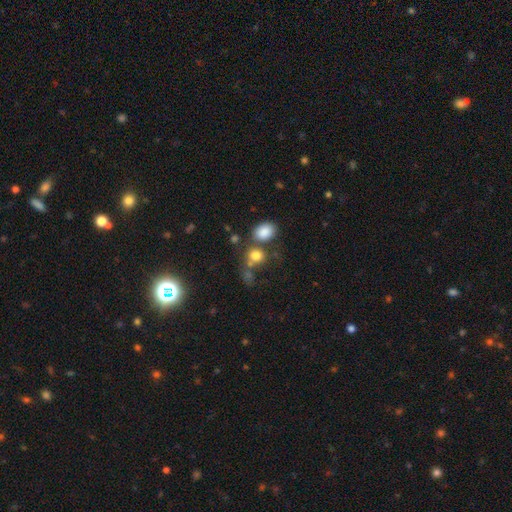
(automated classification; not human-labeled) Q: Smooth or featured?
A: smooth (78%); runner-up: star or artifact (13%)
Q: How rounded?
A: round (67%); runner-up: in between (32%)
Q: Merging?
A: none (51%); runner-up: merger (31%)